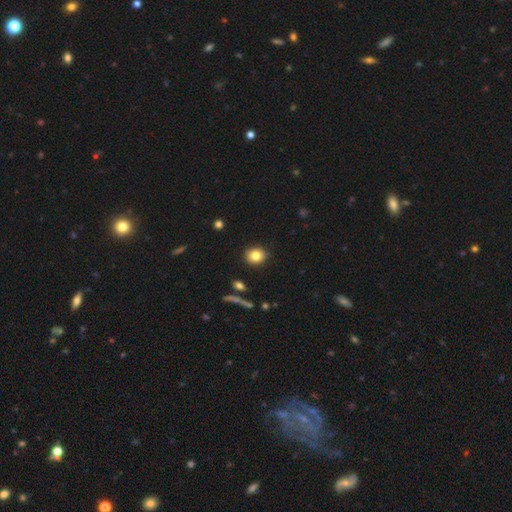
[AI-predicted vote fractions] Smooth or featured?
  - smooth: 81% *
  - star or artifact: 10%
  - featured or disk: 9%
How rounded?
  - round: 73% *
  - in between: 26%
  - cigar-shaped: 1%
Merging?
  - none: 88% *
  - minor disturbance: 8%
  - major disturbance: 2%
  - merger: 2%